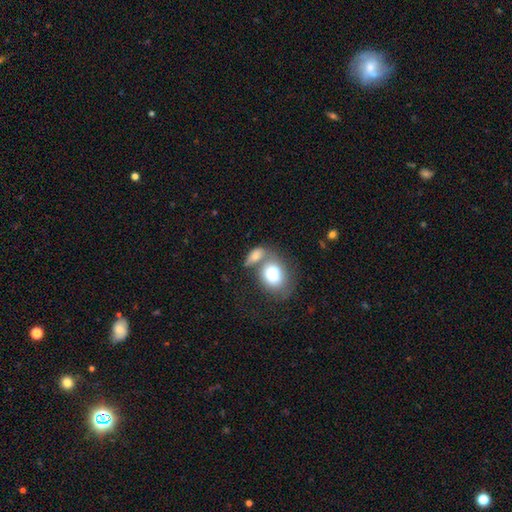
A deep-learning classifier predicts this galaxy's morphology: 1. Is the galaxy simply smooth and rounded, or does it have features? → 76% smooth, 16% featured or disk, 8% star or artifact.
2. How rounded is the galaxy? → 74% in between, 22% round, 4% cigar-shaped.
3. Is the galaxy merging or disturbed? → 53% merger, 29% none, 11% minor disturbance, 7% major disturbance.